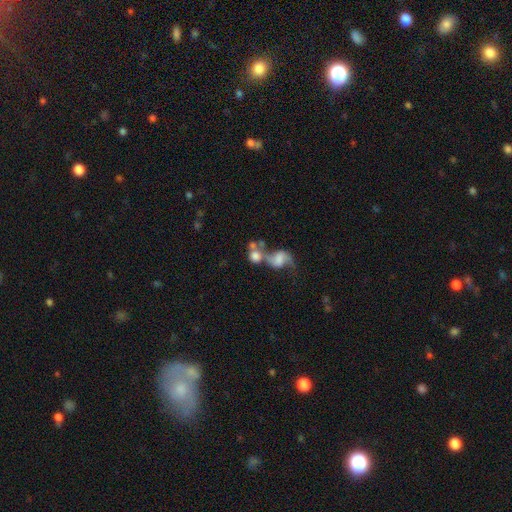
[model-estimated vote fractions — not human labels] Smooth or featured: smooth — 59% (featured or disk — 30%)
How rounded: round — 67% (in between — 31%)
Merging: merger — 59% (none — 23%)